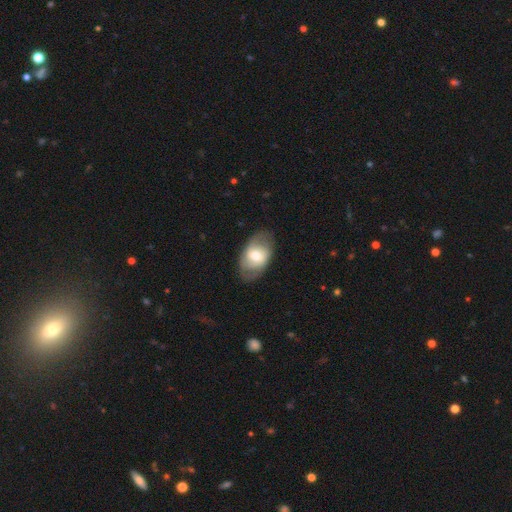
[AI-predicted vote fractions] smooth_or_featured: featured or disk (p=0.47) [tied with: smooth p=0.47]
merging: none (p=0.77) [alt: minor disturbance p=0.16]